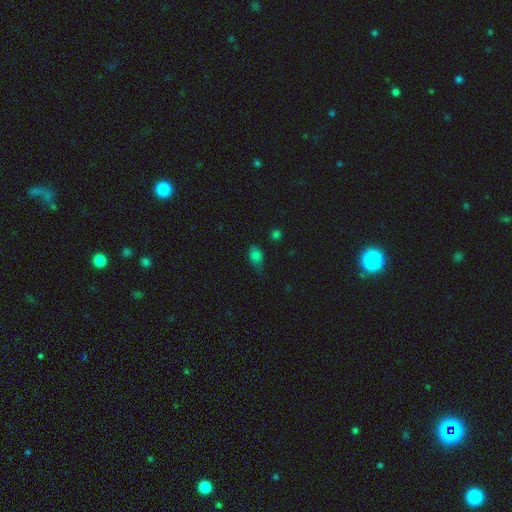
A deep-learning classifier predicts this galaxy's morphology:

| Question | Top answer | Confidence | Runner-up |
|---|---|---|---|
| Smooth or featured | smooth | 75% | star or artifact (16%) |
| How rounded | in between | 73% | round (23%) |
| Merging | none | 42% | minor disturbance (41%) |